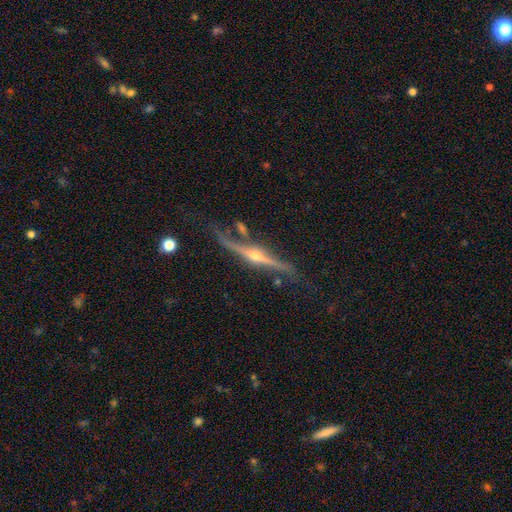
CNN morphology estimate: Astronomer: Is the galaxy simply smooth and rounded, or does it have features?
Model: featured or disk — 87%.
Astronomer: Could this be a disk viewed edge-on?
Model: yes — 95%.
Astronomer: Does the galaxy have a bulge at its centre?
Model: rounded — 93%.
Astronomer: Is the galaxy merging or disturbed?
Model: none — 66%.